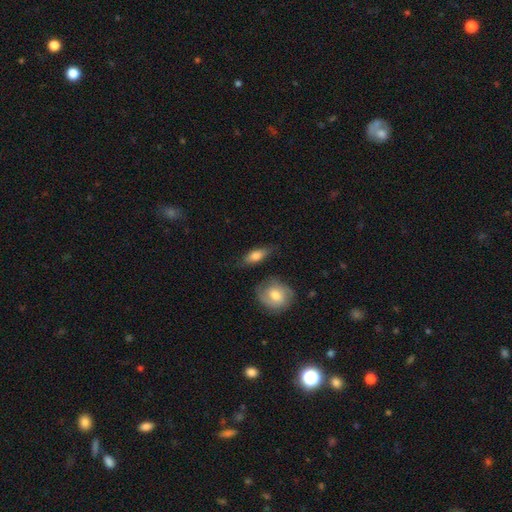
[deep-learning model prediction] Overall: smooth (74%). How rounded: in between (73%). Merging: none (69%).